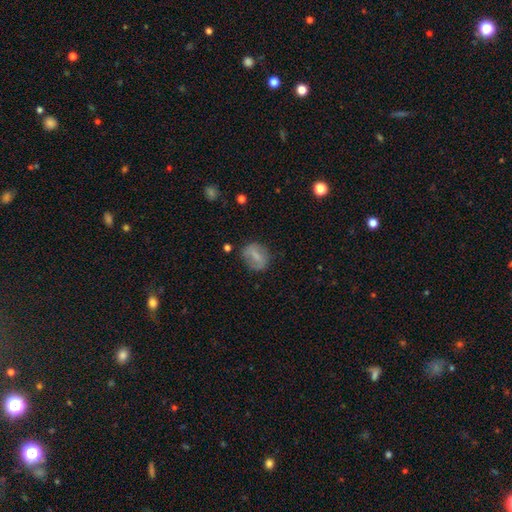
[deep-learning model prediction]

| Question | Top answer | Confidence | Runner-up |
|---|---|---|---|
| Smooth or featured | smooth | 65% | featured or disk (26%) |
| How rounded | in between | 55% | round (42%) |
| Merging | none | 69% | minor disturbance (20%) |